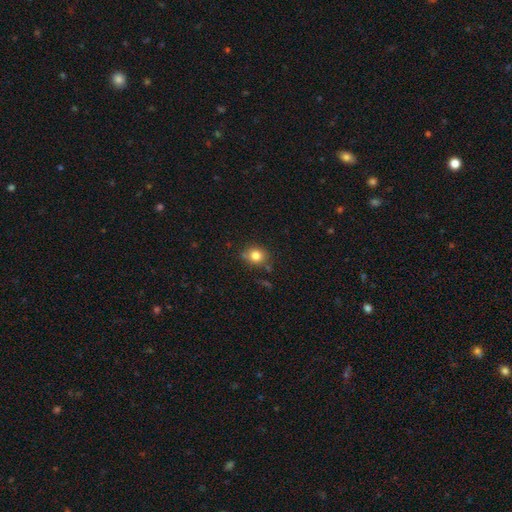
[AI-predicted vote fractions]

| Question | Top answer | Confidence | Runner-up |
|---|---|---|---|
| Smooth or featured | smooth | 82% | star or artifact (11%) |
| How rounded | round | 72% | in between (27%) |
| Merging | none | 78% | minor disturbance (15%) |